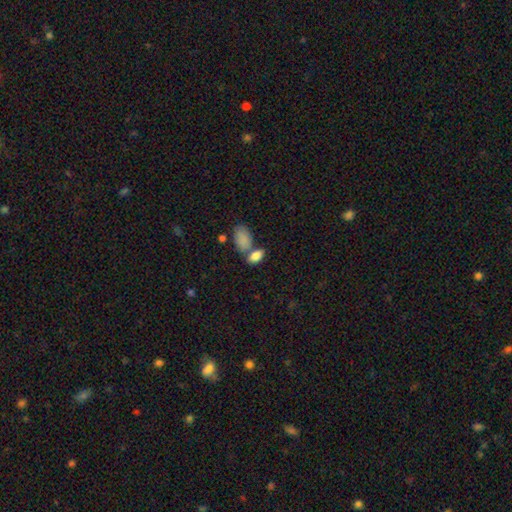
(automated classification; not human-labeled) A smooth galaxy with no disk features (85%) that is in between round and cigar-shaped (91%). Merging: none (50%).